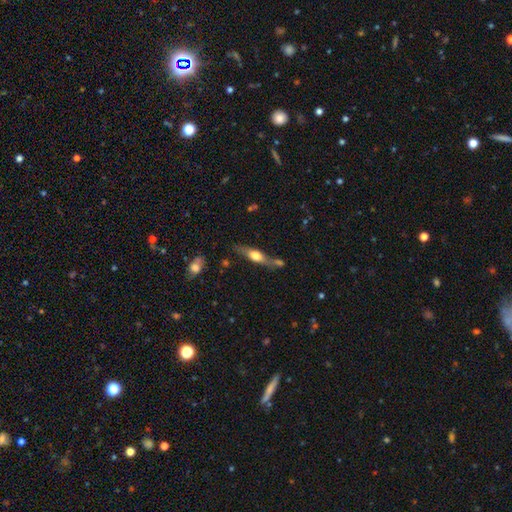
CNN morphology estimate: featured or disk 52%, smooth 41%, star or artifact 7%. Down the decision tree: edge-on disk — yes (85%); merging — none (60%).